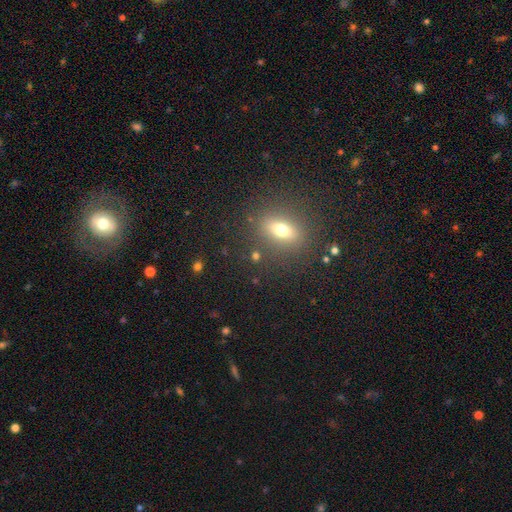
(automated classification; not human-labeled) Overall: smooth (50%; star or artifact 29%). Merging: none (85%).